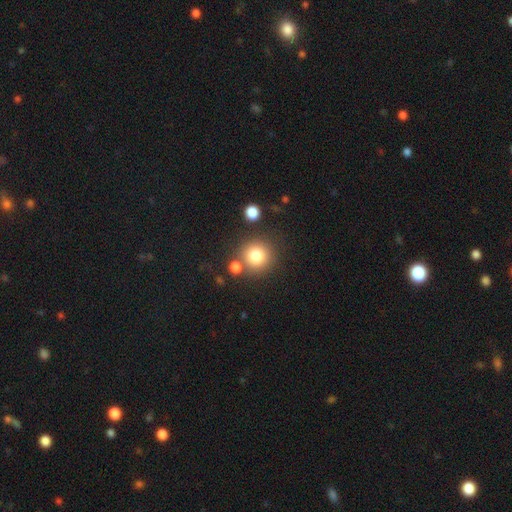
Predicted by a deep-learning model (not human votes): The model was most divided on "merging": none: 76%, merger: 12%, minor disturbance: 9%, major disturbance: 4%. More confident: how rounded — round (92%); smooth or featured — smooth (79%).